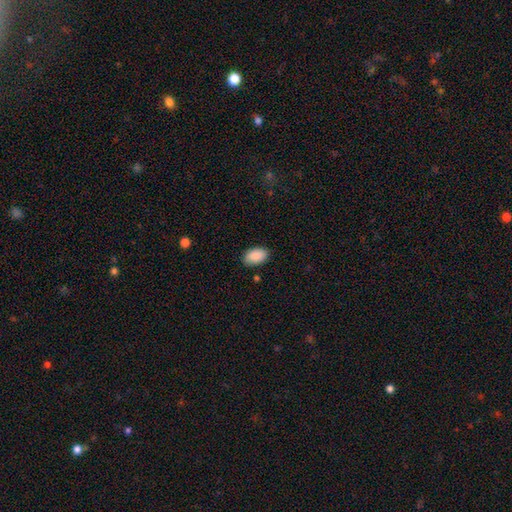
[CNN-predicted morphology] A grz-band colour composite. It shows a smooth galaxy with no disk features (89%) that is in between round and cigar-shaped (93%). Merging: none (86%).